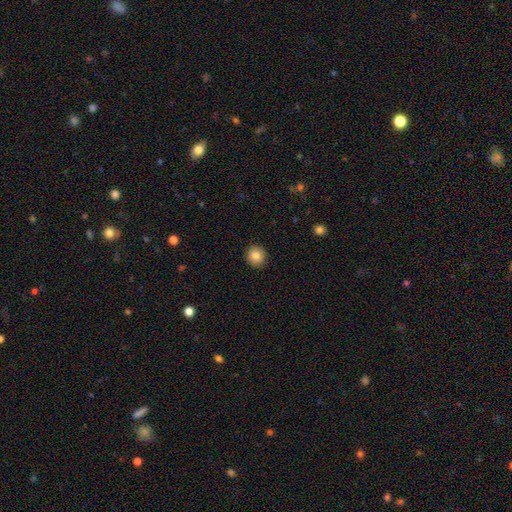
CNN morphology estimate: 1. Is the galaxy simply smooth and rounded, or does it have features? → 85% smooth, 9% star or artifact, 6% featured or disk.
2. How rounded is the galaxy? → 93% round, 6% in between, 1% cigar-shaped.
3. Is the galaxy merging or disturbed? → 92% none, 5% minor disturbance, 2% major disturbance, 1% merger.